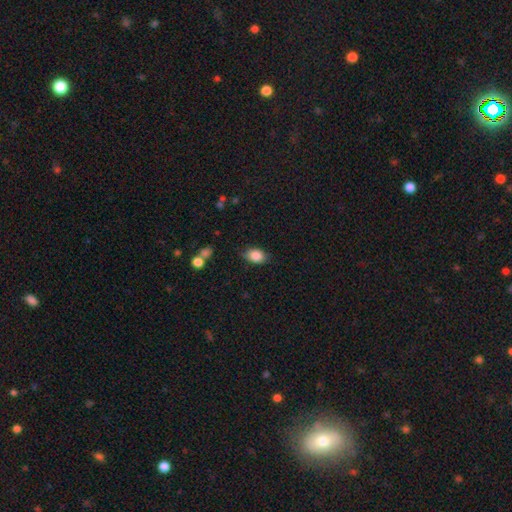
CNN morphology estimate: smooth 86%, star or artifact 8%, featured or disk 6%. Down the decision tree: how rounded — in between (81%); merging — none (75%).